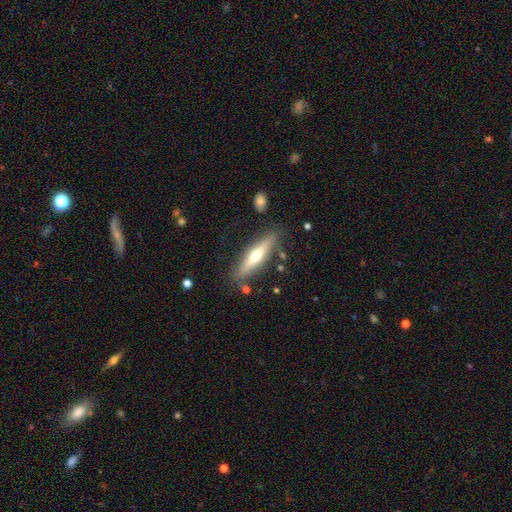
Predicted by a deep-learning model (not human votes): smooth-or-featured: featured or disk: 57% | smooth: 37% | star or artifact: 6%
  disk-edge-on: yes: 91% | no: 9%
    edge-on-bulge: rounded: 92% | none: 6% | boxy: 3%
  merging: none: 83% | minor disturbance: 11% | merger: 3% | major disturbance: 3%